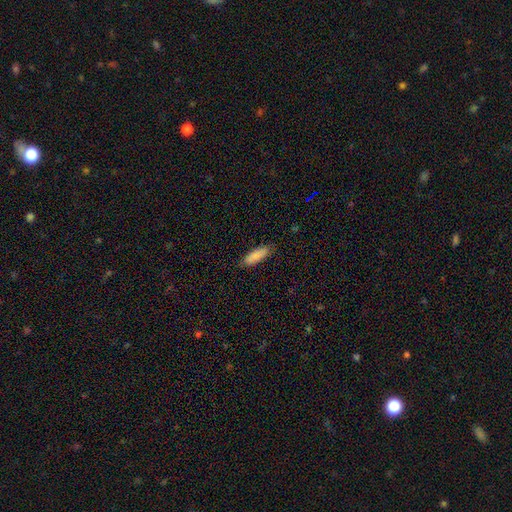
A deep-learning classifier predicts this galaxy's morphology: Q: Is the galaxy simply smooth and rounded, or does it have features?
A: smooth — 87%.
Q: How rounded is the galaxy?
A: in between — 61%.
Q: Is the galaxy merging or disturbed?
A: none — 84%.